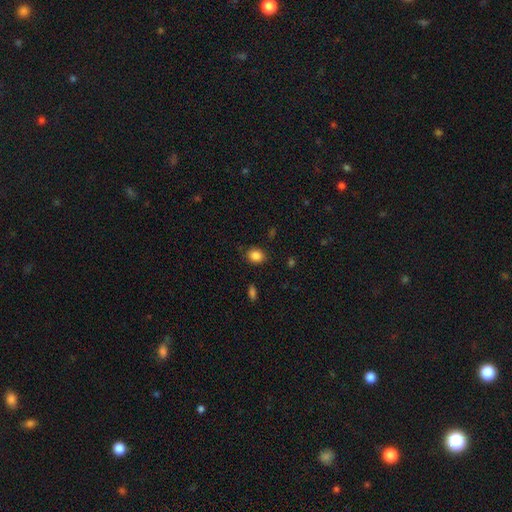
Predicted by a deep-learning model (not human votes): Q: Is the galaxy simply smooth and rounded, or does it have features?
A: smooth — 86%.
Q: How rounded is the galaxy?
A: round — 56%.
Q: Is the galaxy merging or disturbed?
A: none — 85%.